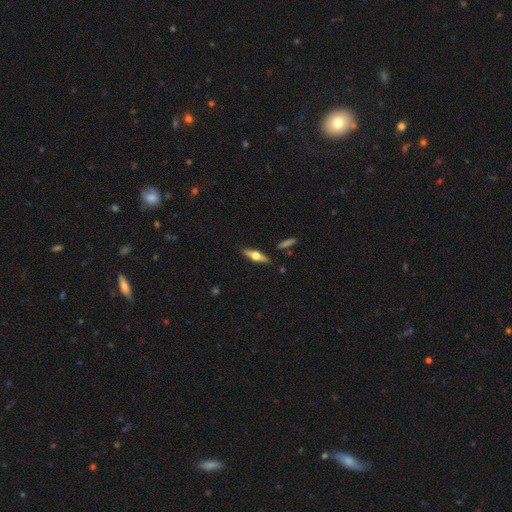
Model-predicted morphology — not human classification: smooth-or-featured: featured or disk: 59% | smooth: 35% | star or artifact: 6%
  disk-edge-on: yes: 93% | no: 7%
    edge-on-bulge: rounded: 95% | boxy: 3% | none: 2%
  merging: none: 87% | minor disturbance: 9% | merger: 2% | major disturbance: 2%